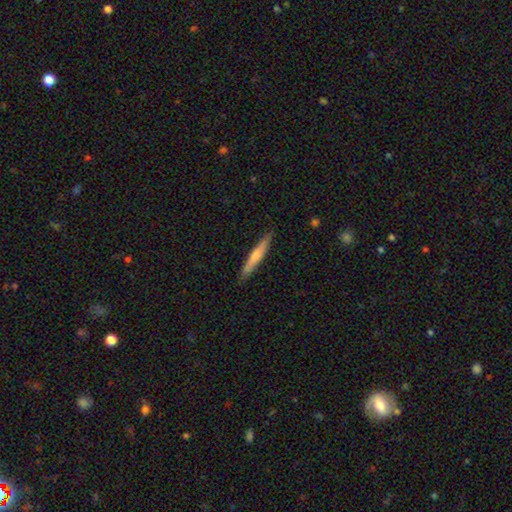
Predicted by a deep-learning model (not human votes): The model was most divided on "smooth or featured": smooth: 61%, featured or disk: 34%, star or artifact: 5%. More confident: how rounded — cigar-shaped (94%); merging — none (88%).